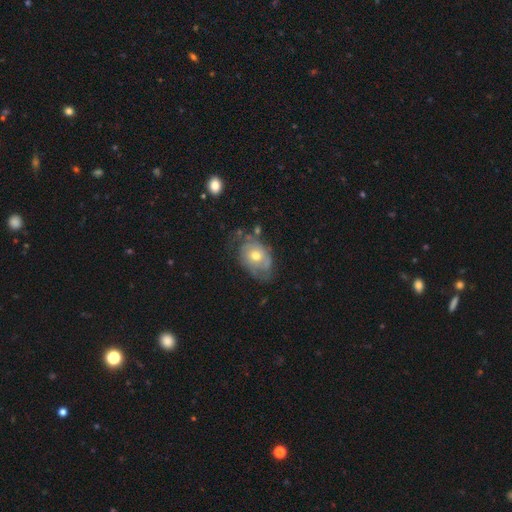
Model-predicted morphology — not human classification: Smooth or featured? Predicted: featured or disk (p=0.65). Edge-on disk? Predicted: no (p=0.95). Bar? Predicted: no (p=0.82). Spiral arms? Predicted: yes (p=0.71). Bulge size? Predicted: moderate (p=0.71). Merging? Predicted: none (p=0.52).